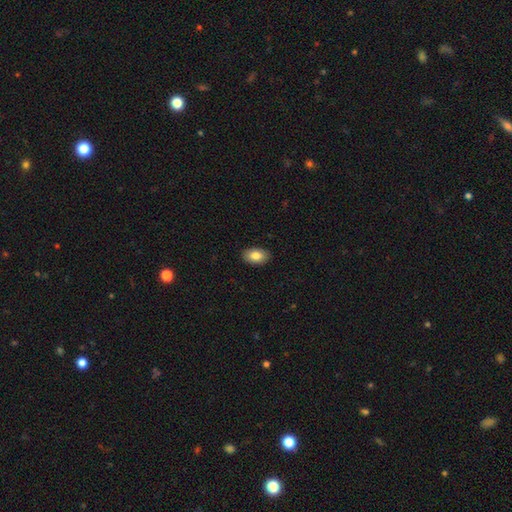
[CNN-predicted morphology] Q: Smooth or featured?
A: smooth (83%); runner-up: featured or disk (10%)
Q: How rounded?
A: in between (91%); runner-up: round (8%)
Q: Merging?
A: none (90%); runner-up: minor disturbance (8%)